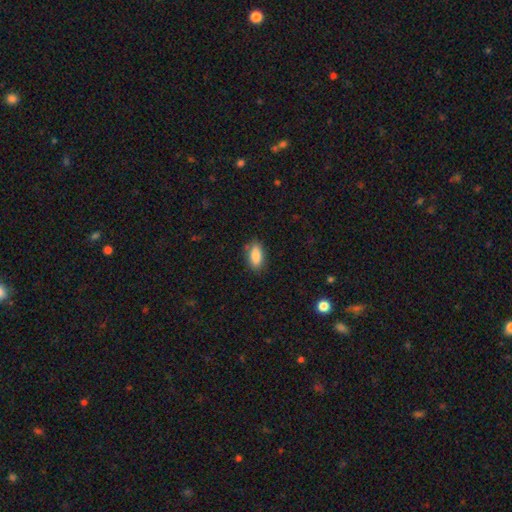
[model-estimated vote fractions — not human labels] Morphology: type=smooth (84%); roundness=in between (87%); merging=none (82%).